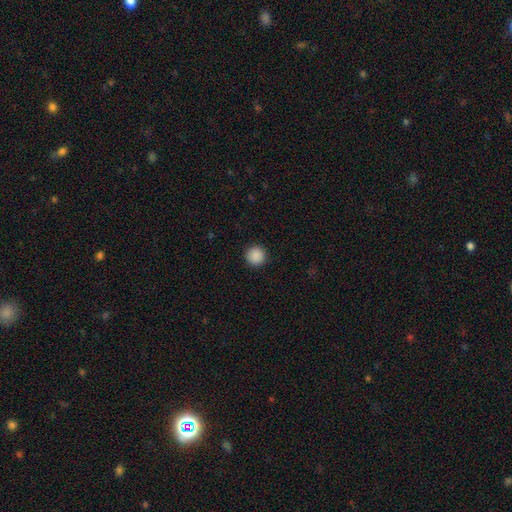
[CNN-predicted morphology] Q: Smooth or featured?
A: smooth (89%); runner-up: star or artifact (9%)
Q: How rounded?
A: round (96%); runner-up: in between (3%)
Q: Merging?
A: none (92%); runner-up: minor disturbance (5%)